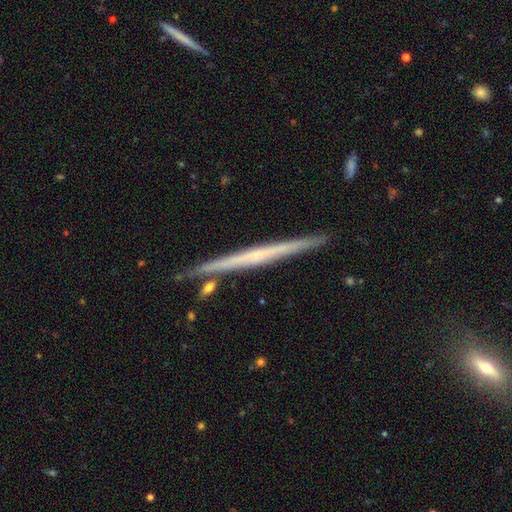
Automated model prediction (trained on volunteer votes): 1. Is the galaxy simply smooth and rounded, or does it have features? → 69% featured or disk, 25% smooth, 6% star or artifact.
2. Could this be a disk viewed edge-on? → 98% yes, 2% no.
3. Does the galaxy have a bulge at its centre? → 73% none, 21% rounded, 6% boxy.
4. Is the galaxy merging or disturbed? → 88% none, 8% minor disturbance, 2% merger, 1% major disturbance.